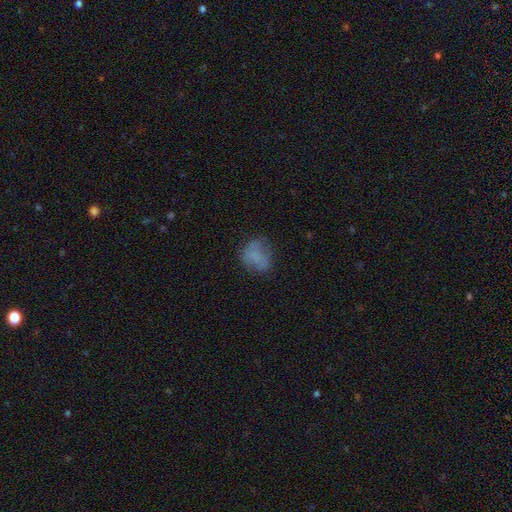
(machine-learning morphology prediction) Q: Smooth or featured?
A: smooth (64%); runner-up: featured or disk (23%)
Q: How rounded?
A: round (54%); runner-up: in between (45%)
Q: Merging?
A: none (53%); runner-up: minor disturbance (26%)